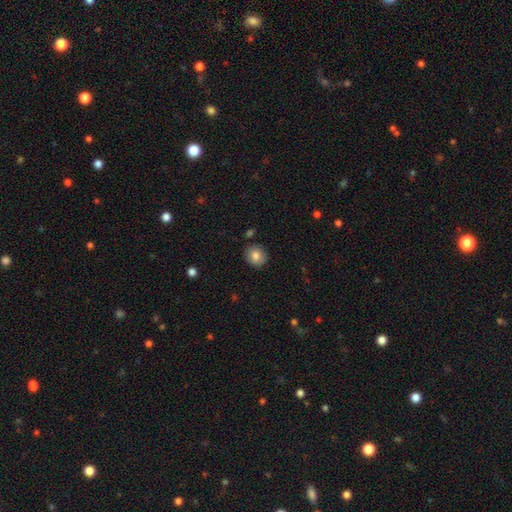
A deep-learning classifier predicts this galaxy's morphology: Q: Smooth or featured?
A: smooth (82%); runner-up: featured or disk (9%)
Q: How rounded?
A: round (76%); runner-up: in between (23%)
Q: Merging?
A: none (87%); runner-up: minor disturbance (9%)